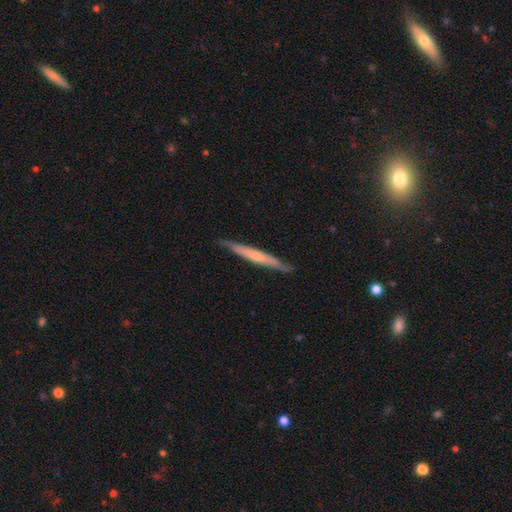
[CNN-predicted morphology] A featured or disk galaxy (50%) viewed edge-on (94%). Merging: none (87%).